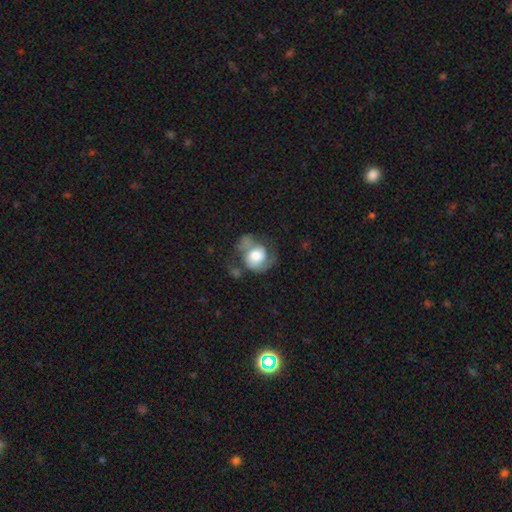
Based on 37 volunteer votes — Volunteers were most divided on "merging": major disturbance: 38%, none: 27%, minor disturbance: 24%, merger: 11%. More confident: how rounded — round (67%); smooth or featured — smooth (57%).